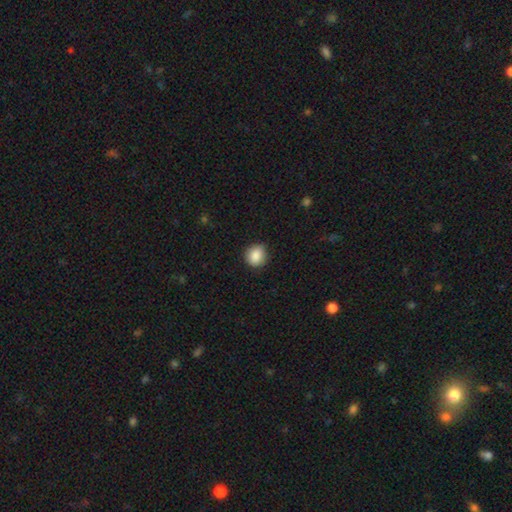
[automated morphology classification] type=smooth (87%); roundness=round (79%); merging=none (83%).